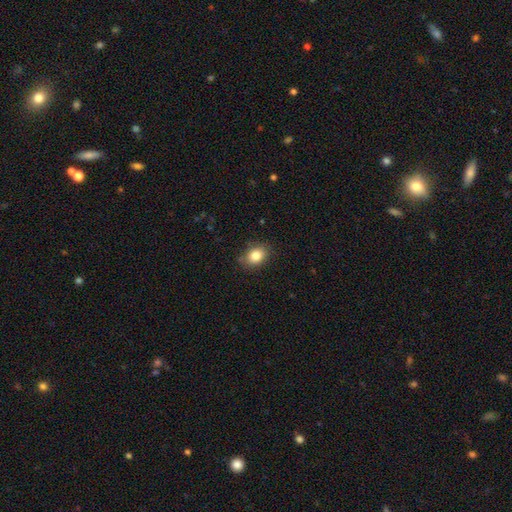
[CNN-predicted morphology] This is clearly a smooth galaxy (84%). How rounded: likely in between (63%). Merging: clearly none (81%).